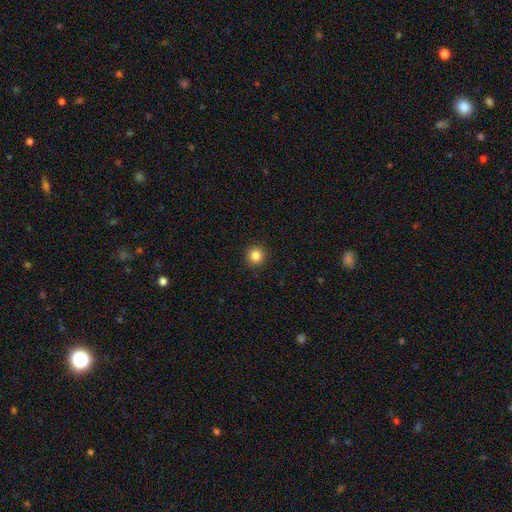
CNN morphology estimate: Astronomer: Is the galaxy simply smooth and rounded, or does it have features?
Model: smooth — 84%.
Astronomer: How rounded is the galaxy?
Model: round — 94%.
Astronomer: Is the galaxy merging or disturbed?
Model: none — 93%.